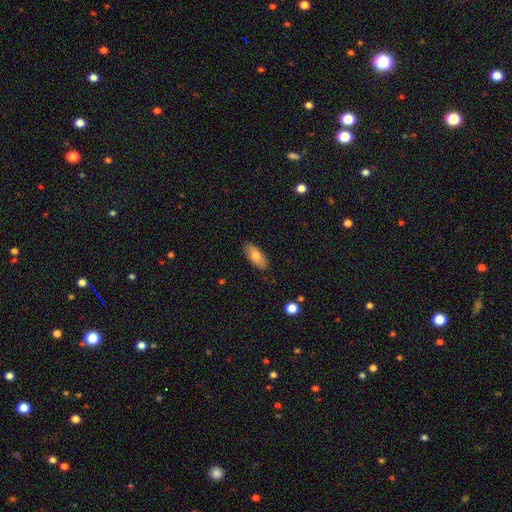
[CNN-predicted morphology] Smooth or featured? Predicted: smooth (p=0.77). How rounded? Predicted: in between (p=0.83). Merging? Predicted: none (p=0.86).